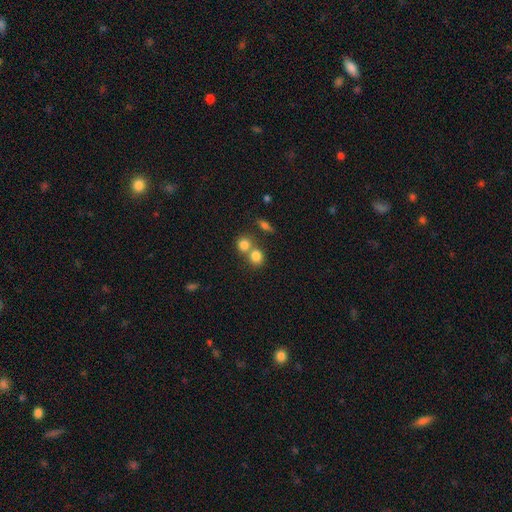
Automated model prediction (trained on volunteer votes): A smooth galaxy with no disk features (80%) that is round (80%).

Vote fractions:
- Smooth or featured? smooth: 80% / star or artifact: 11% / featured or disk: 9%
- How rounded? round: 80% / in between: 19% / cigar-shaped: 1%
- Merging? none: 46% / merger: 44% / minor disturbance: 7% / major disturbance: 3%